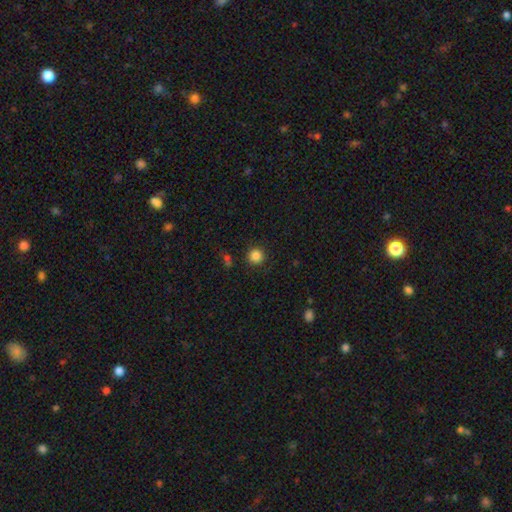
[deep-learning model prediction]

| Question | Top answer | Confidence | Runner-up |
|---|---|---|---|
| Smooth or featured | smooth | 85% | star or artifact (11%) |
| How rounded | round | 95% | in between (4%) |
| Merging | none | 90% | minor disturbance (6%) |